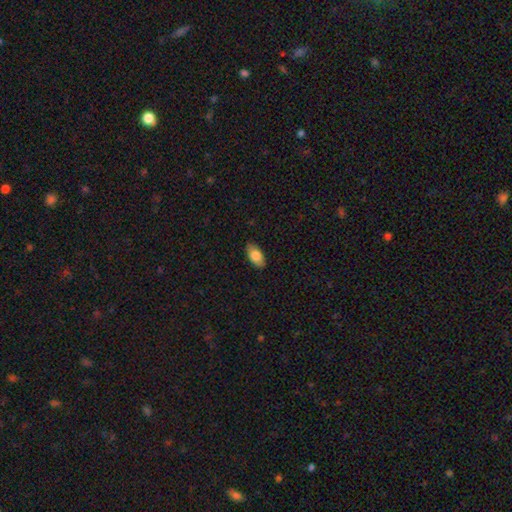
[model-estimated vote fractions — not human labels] smooth-or-featured: smooth: 80% | featured or disk: 13% | star or artifact: 7%
  how-rounded: in between: 93% | round: 4% | cigar-shaped: 3%
  merging: none: 87% | minor disturbance: 10% | major disturbance: 2% | merger: 1%